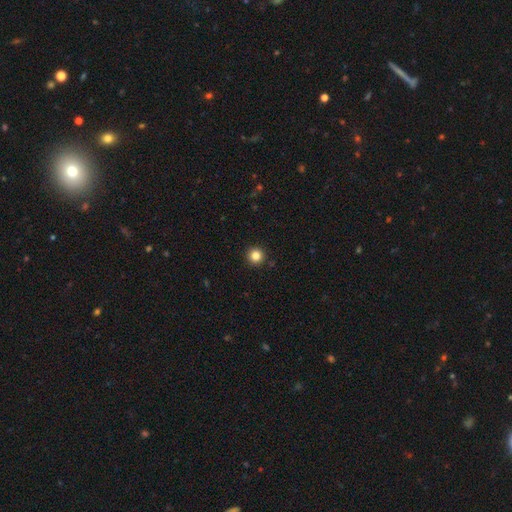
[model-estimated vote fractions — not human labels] Smooth or featured? smooth (84%)
How rounded? round (96%)
Merging? none (93%)